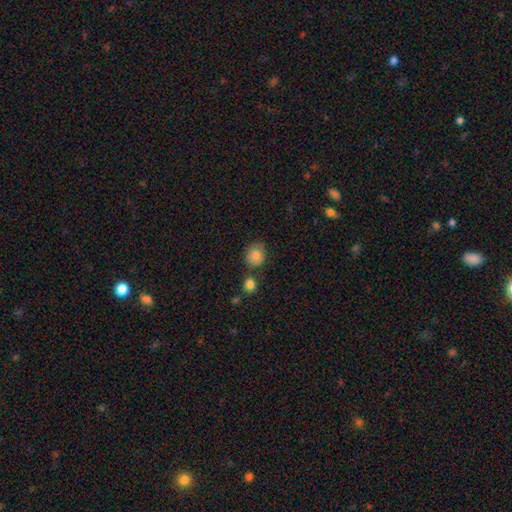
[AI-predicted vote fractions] Q: Smooth or featured?
A: smooth (83%); runner-up: featured or disk (9%)
Q: How rounded?
A: round (72%); runner-up: in between (27%)
Q: Merging?
A: none (67%); runner-up: minor disturbance (20%)